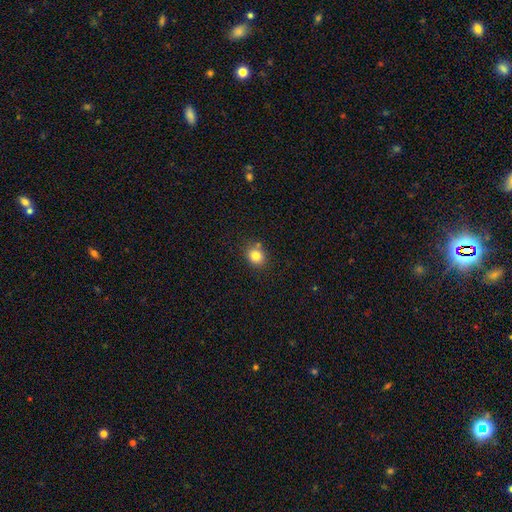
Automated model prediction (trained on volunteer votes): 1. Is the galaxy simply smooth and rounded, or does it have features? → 82% smooth, 11% star or artifact, 7% featured or disk.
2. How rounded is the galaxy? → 68% round, 31% in between, 1% cigar-shaped.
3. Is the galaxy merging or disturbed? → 78% none, 12% minor disturbance, 8% merger, 3% major disturbance.